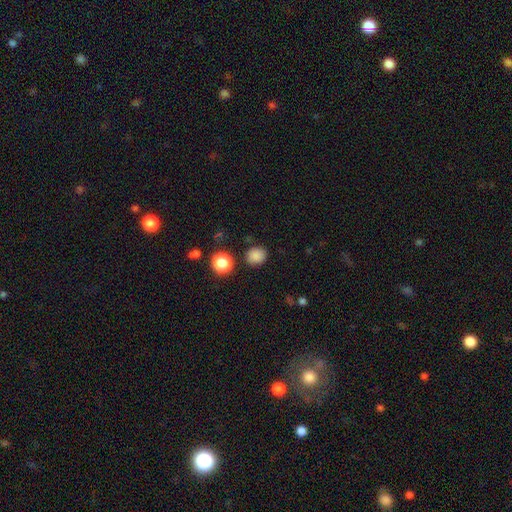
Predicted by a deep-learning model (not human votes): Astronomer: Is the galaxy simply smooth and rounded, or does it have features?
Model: smooth — 83%.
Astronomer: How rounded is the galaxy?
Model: round — 81%.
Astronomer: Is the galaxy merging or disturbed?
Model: none — 84%.